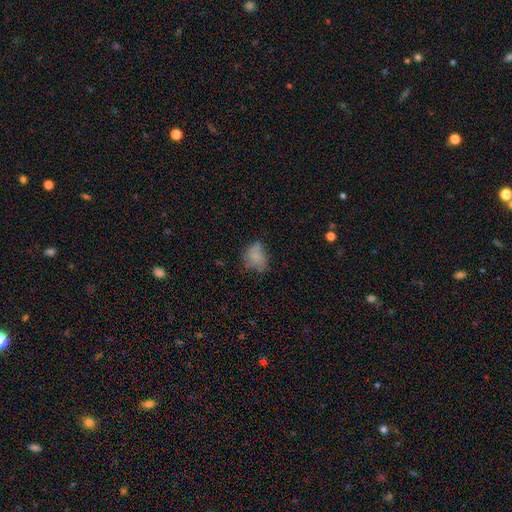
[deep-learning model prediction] The model was most divided on "how rounded": in between: 55%, round: 44%, cigar-shaped: 1%. Remaining: smooth or featured — smooth (72%); merging — none (47%).